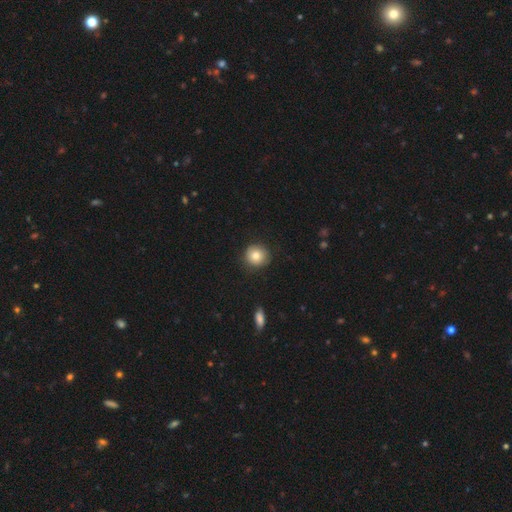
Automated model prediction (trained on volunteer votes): Overall: smooth (82%). How rounded: round (91%). Merging: none (87%).